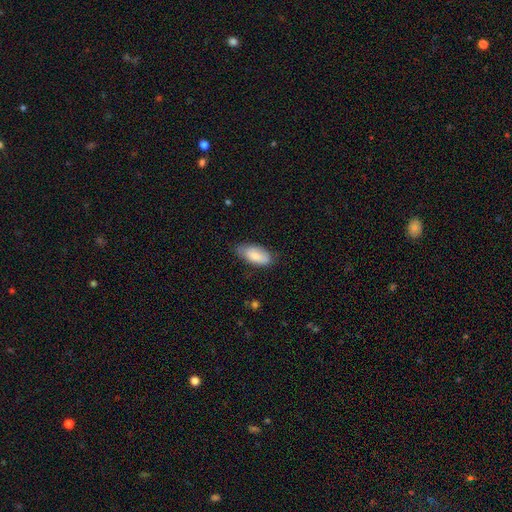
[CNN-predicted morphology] Smooth or featured? Predicted: smooth (p=0.84). How rounded? Predicted: in between (p=0.90). Merging? Predicted: none (p=0.67).